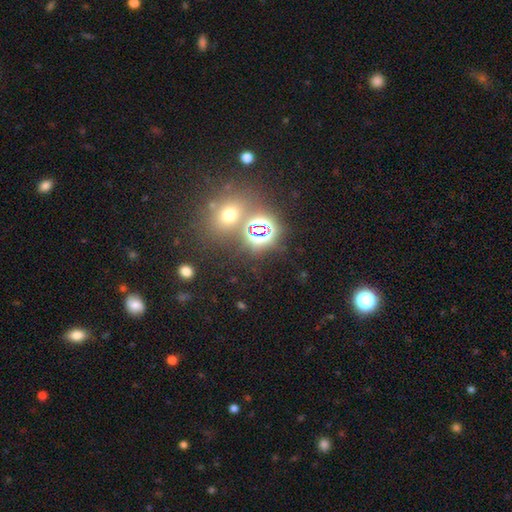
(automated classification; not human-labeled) Morphology: type=star or artifact (67%).